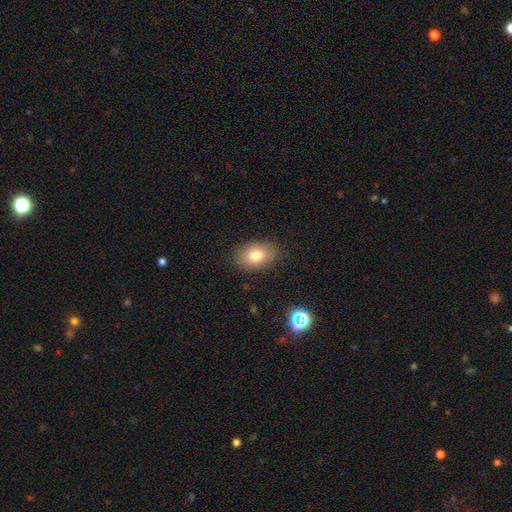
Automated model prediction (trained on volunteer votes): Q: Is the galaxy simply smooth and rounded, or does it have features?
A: smooth — 79%.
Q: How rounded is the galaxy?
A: in between — 85%.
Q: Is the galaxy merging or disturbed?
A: none — 86%.